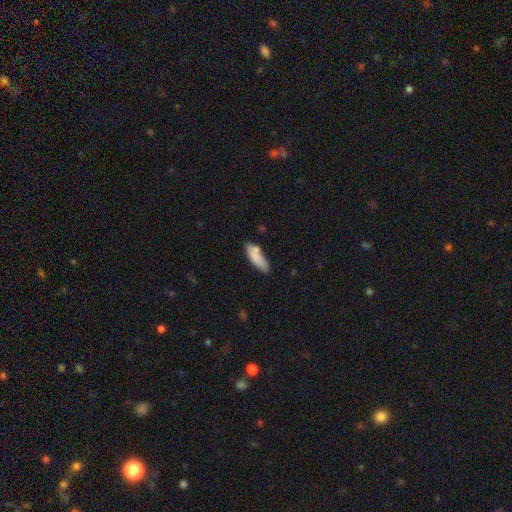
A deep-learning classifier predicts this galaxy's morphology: smooth_or_featured: smooth (p=0.82) [alt: featured or disk p=0.11]
how_rounded: in between (p=0.57) [alt: cigar-shaped p=0.41]
merging: none (p=0.66) [alt: minor disturbance p=0.21]